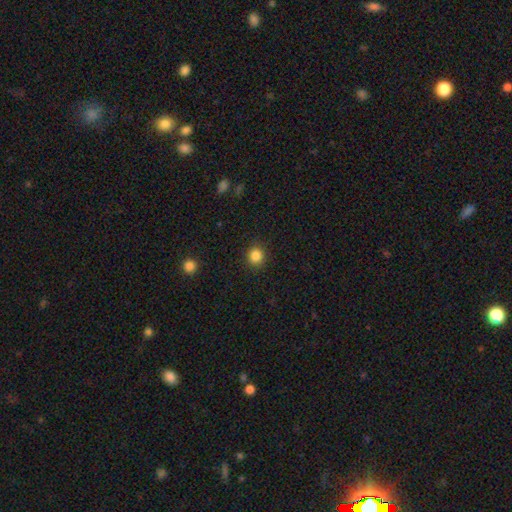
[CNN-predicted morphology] type=smooth (85%); roundness=round (89%); merging=none (90%).